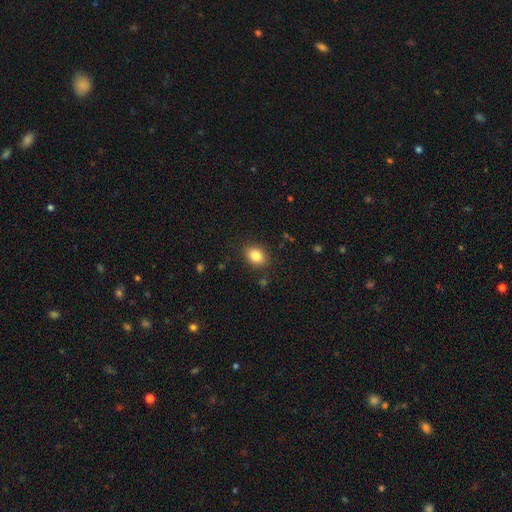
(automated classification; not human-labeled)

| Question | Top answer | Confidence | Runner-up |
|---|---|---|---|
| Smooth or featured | smooth | 84% | star or artifact (9%) |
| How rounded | in between | 60% | round (39%) |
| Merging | none | 87% | minor disturbance (9%) |